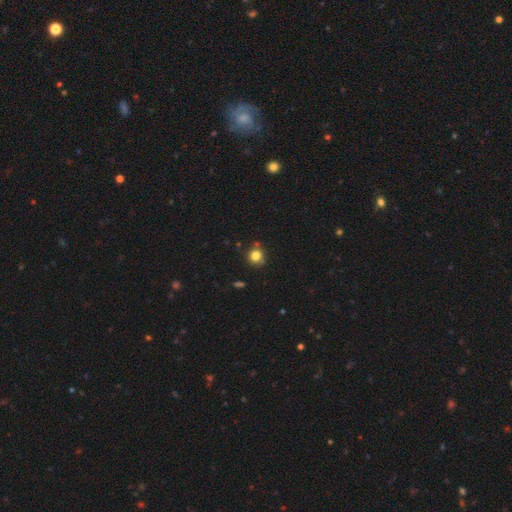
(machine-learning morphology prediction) Smooth or featured?
  - smooth: 80% *
  - star or artifact: 13%
  - featured or disk: 7%
How rounded?
  - round: 86% *
  - in between: 13%
  - cigar-shaped: 1%
Merging?
  - none: 75% *
  - minor disturbance: 15%
  - merger: 6%
  - major disturbance: 4%